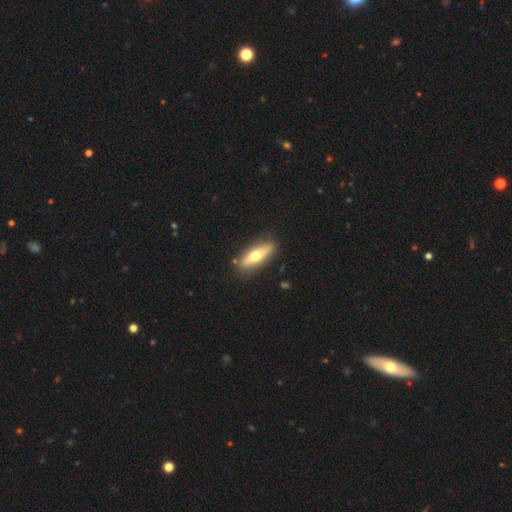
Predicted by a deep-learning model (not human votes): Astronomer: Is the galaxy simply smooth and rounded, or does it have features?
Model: smooth — 48% (runner-up: featured or disk, 47%).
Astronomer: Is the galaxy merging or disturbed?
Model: none — 85%.